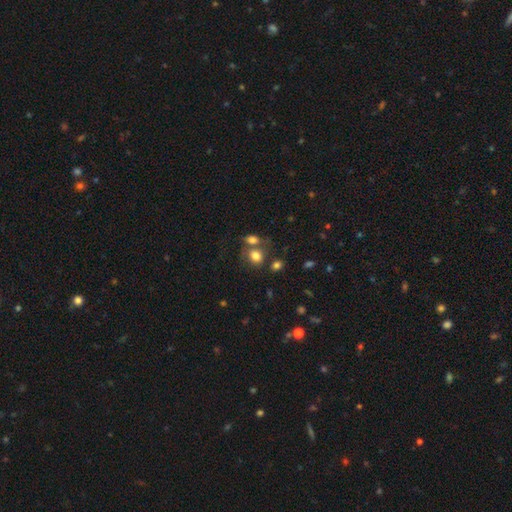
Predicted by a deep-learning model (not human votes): Smooth or featured? Predicted: smooth (p=0.79). How rounded? Predicted: round (p=0.60). Merging? Predicted: none (p=0.48).